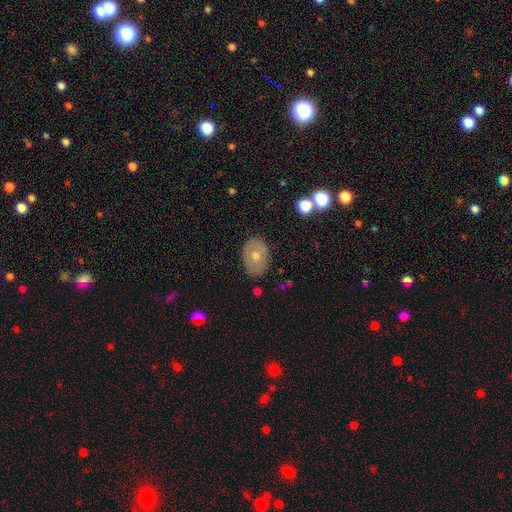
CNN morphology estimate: Overall: smooth (52%; featured or disk 39%). How rounded: in between (77%). Merging: none (84%).